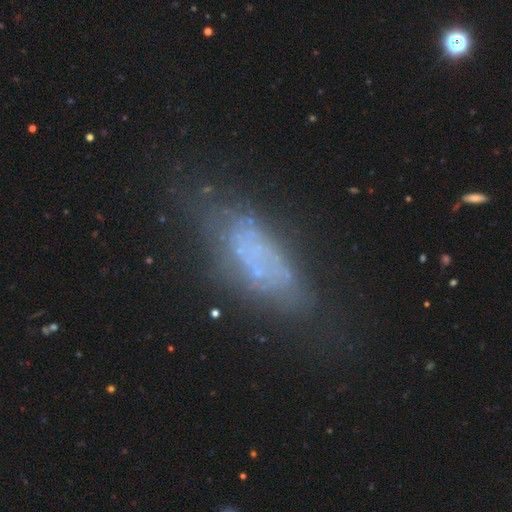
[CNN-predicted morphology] smooth-or-featured: featured or disk: 45% | smooth: 39% | star or artifact: 16%
  merging: none: 52% | minor disturbance: 24% | major disturbance: 19% | merger: 5%